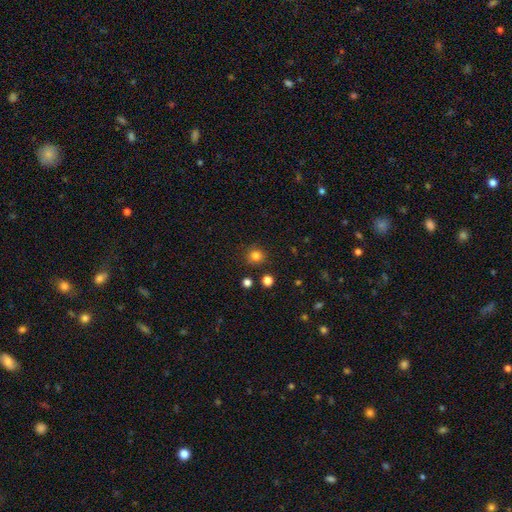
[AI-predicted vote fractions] This is clearly a smooth galaxy (81%). How rounded: clearly round (91%). Merging: clearly none (84%).